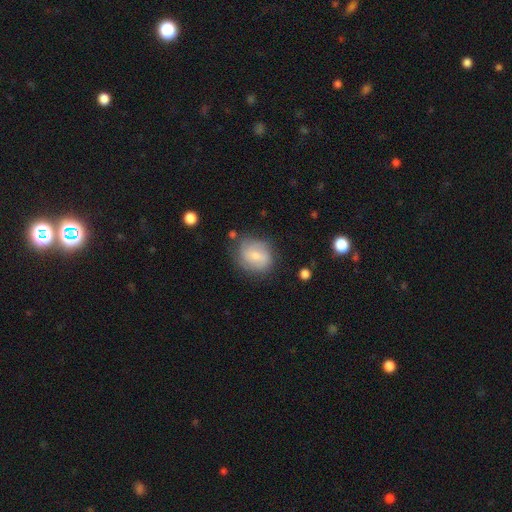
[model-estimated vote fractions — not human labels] The model was most divided on "smooth or featured": smooth: 55%, featured or disk: 38%, star or artifact: 7%. More confident: how rounded — round (65%); merging — none (65%).